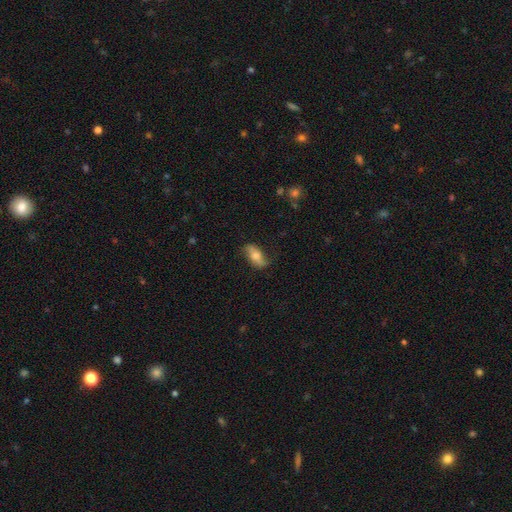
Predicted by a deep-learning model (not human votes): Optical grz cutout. It shows a smooth galaxy with no disk features (57%) that is in between round and cigar-shaped (82%). Merging: none (74%).